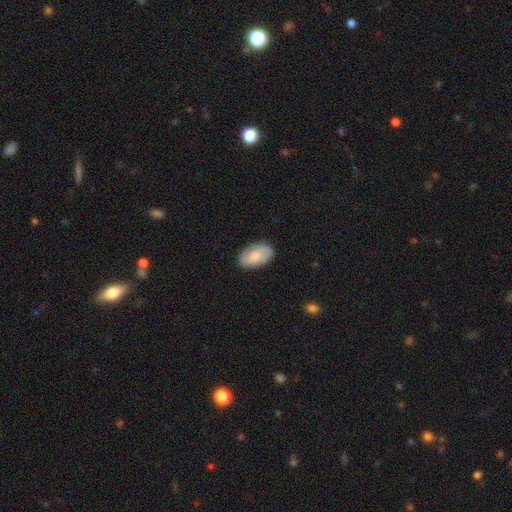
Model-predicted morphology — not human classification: Smooth or featured: smooth — 75% (featured or disk — 19%)
How rounded: in between — 94% (round — 5%)
Merging: none — 83% (minor disturbance — 13%)